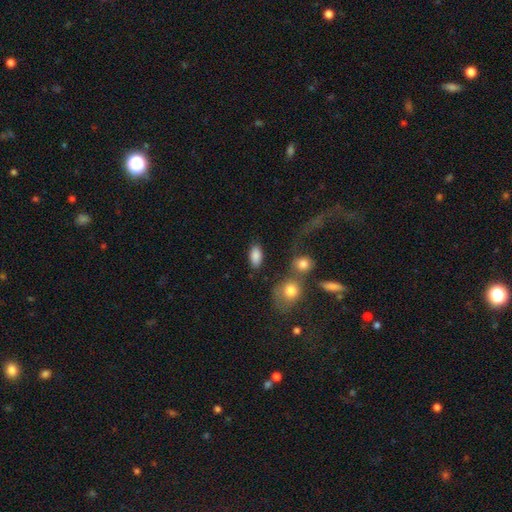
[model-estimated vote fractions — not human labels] A smooth galaxy with no disk features (86%) that is in between round and cigar-shaped (91%).

Vote fractions:
- Smooth or featured? smooth: 86% / star or artifact: 7% / featured or disk: 6%
- How rounded? in between: 91% / round: 6% / cigar-shaped: 3%
- Merging? none: 75% / minor disturbance: 12% / merger: 7% / major disturbance: 5%